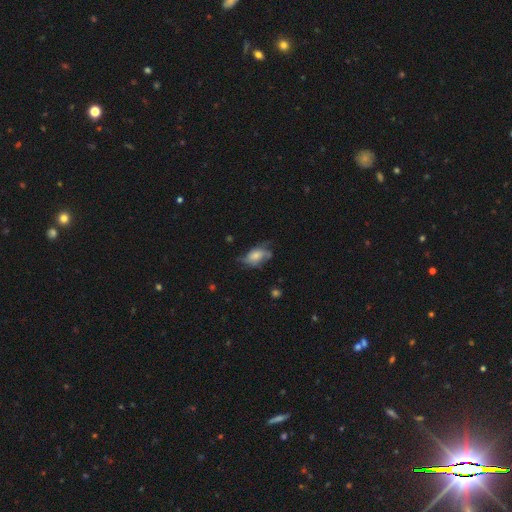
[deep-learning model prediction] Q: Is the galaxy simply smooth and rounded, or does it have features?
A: smooth — 48%.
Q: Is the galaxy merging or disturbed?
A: none — 44%.